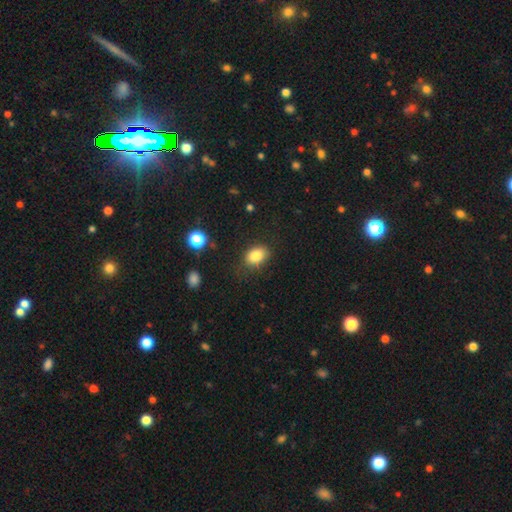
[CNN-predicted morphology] smooth-or-featured: smooth: 85% | star or artifact: 9% | featured or disk: 6%
  how-rounded: in between: 78% | round: 20% | cigar-shaped: 1%
  merging: none: 78% | minor disturbance: 16% | major disturbance: 5% | merger: 2%